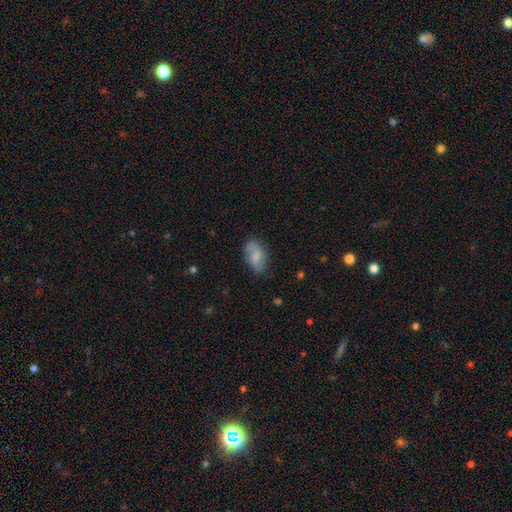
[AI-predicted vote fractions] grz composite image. It shows a smooth galaxy with no disk features (64%) that is in between round and cigar-shaped (90%). Merging: none (57%).